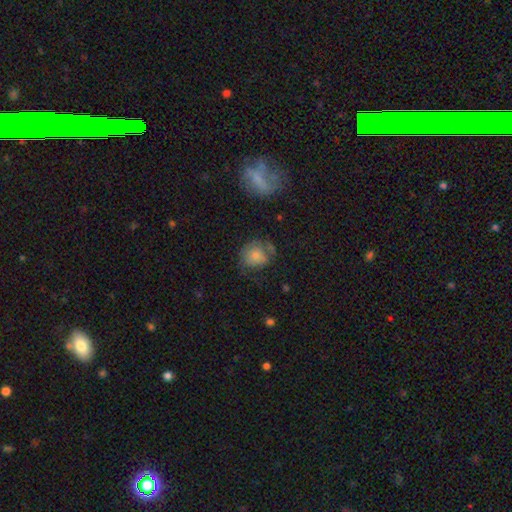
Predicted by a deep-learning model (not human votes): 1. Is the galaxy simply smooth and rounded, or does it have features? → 71% smooth, 19% featured or disk, 10% star or artifact.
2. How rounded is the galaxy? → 75% round, 24% in between, 1% cigar-shaped.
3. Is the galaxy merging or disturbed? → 51% none, 27% minor disturbance, 16% major disturbance, 6% merger.